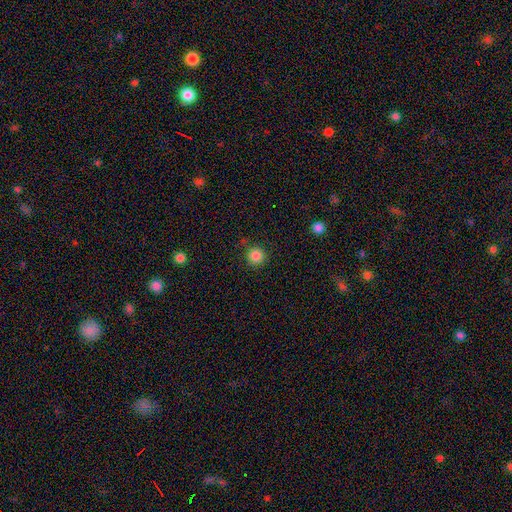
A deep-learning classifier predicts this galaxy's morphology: Smooth or featured? smooth (86%)
How rounded? round (95%)
Merging? none (87%)